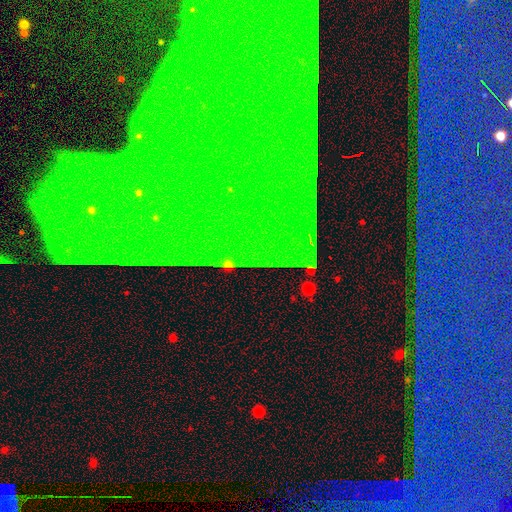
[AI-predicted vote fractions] smooth-or-featured: star or artifact: 84% | featured or disk: 9% | smooth: 7%